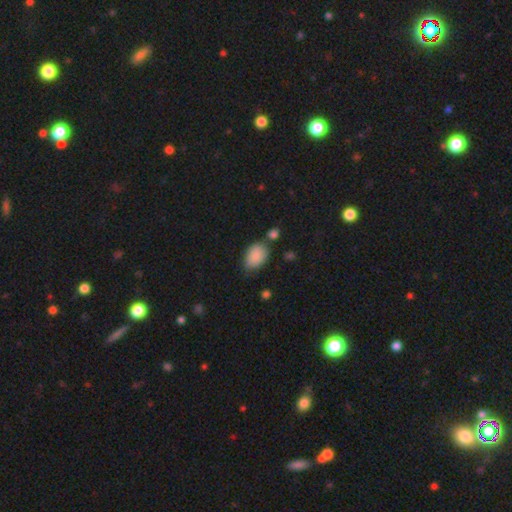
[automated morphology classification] Smooth or featured?
  - smooth: 87% *
  - star or artifact: 7%
  - featured or disk: 6%
How rounded?
  - in between: 85% *
  - round: 14%
  - cigar-shaped: 1%
Merging?
  - none: 60% *
  - minor disturbance: 26%
  - merger: 9%
  - major disturbance: 6%